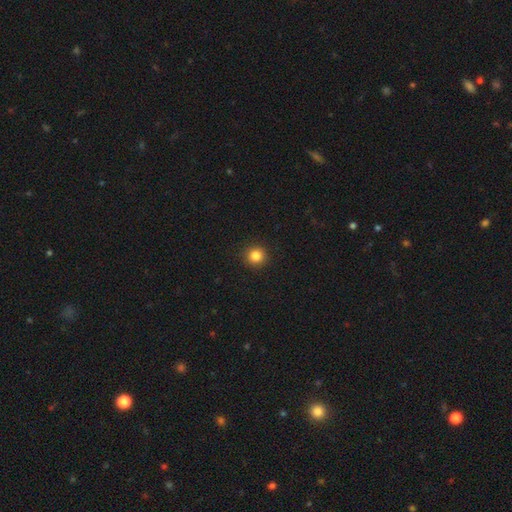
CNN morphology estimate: smooth 85%, star or artifact 11%, featured or disk 4%. Down the decision tree: how rounded — round (94%); merging — none (92%).